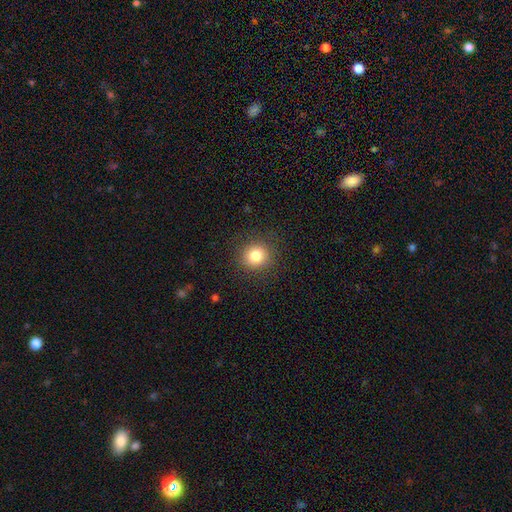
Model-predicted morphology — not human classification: A smooth galaxy with no disk features (82%) that is round (90%). Merging: none (89%).